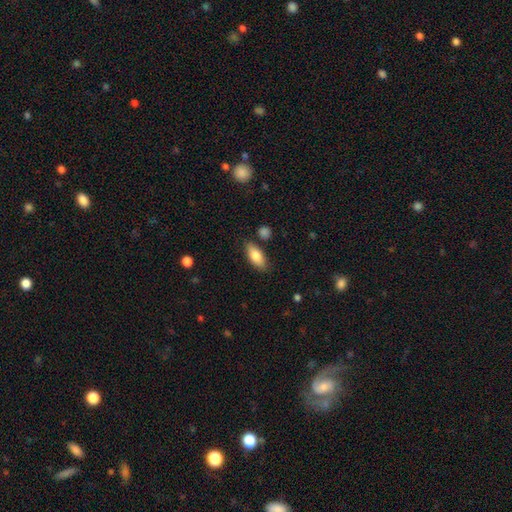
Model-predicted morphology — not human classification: Smooth or featured? smooth (78%)
How rounded? in between (80%)
Merging? none (82%)